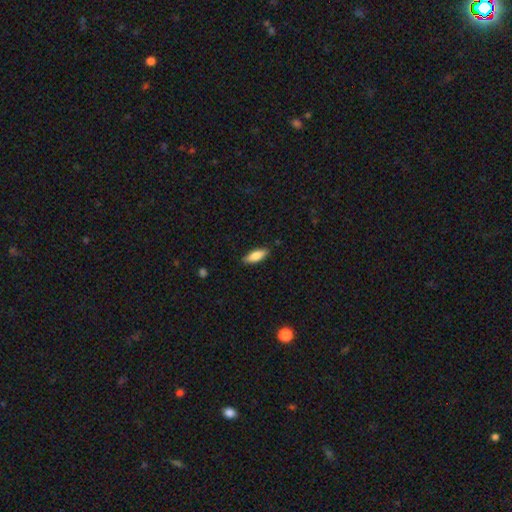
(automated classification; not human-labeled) Smooth or featured?
  - smooth: 80% *
  - featured or disk: 14%
  - star or artifact: 6%
How rounded?
  - in between: 66% *
  - cigar-shaped: 32%
  - round: 2%
Merging?
  - none: 86% *
  - minor disturbance: 11%
  - major disturbance: 2%
  - merger: 1%